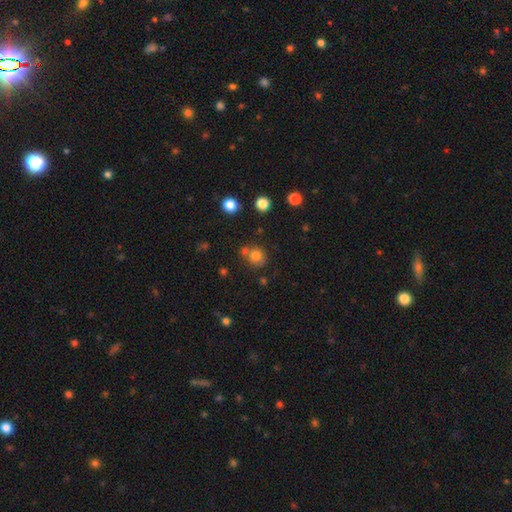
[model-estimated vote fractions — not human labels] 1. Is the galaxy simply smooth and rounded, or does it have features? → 77% smooth, 14% star or artifact, 10% featured or disk.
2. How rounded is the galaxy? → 82% round, 17% in between, 1% cigar-shaped.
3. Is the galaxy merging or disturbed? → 62% none, 21% merger, 12% minor disturbance, 4% major disturbance.